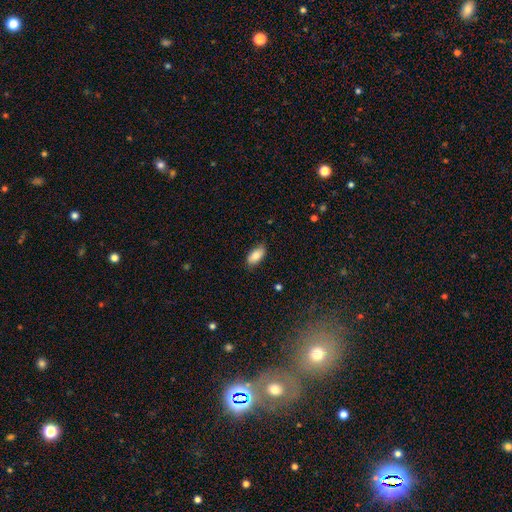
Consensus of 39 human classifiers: Overall: smooth (87%). How rounded: in between (85%). Merging: none (91%).